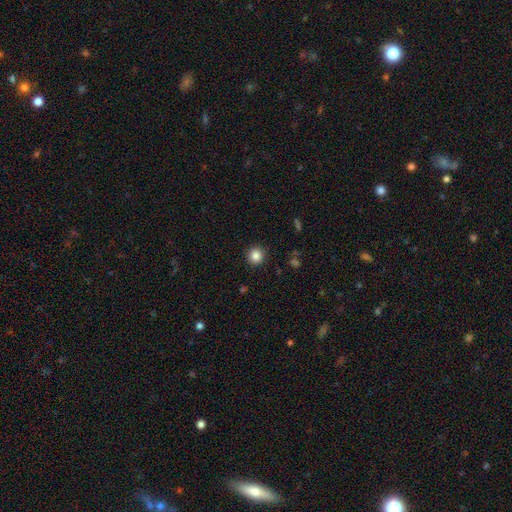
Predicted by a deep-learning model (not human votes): smooth-or-featured: smooth: 85% | star or artifact: 11% | featured or disk: 4%
  how-rounded: round: 94% | in between: 5% | cigar-shaped: 1%
  merging: none: 91% | minor disturbance: 5% | major disturbance: 2% | merger: 1%